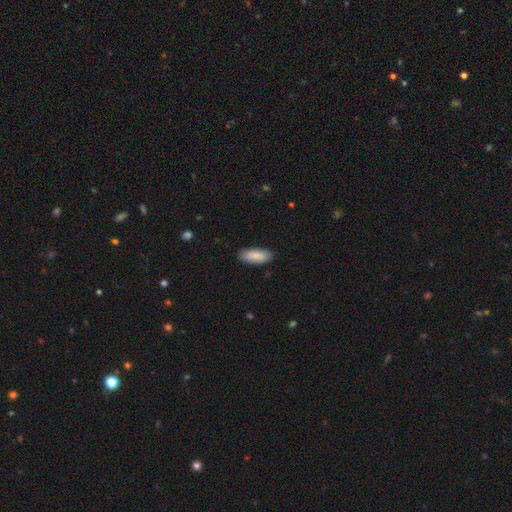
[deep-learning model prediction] This appears to be a smooth galaxy with no disk features (88%) that is in between round and cigar-shaped (77%). Merging: none (87%).